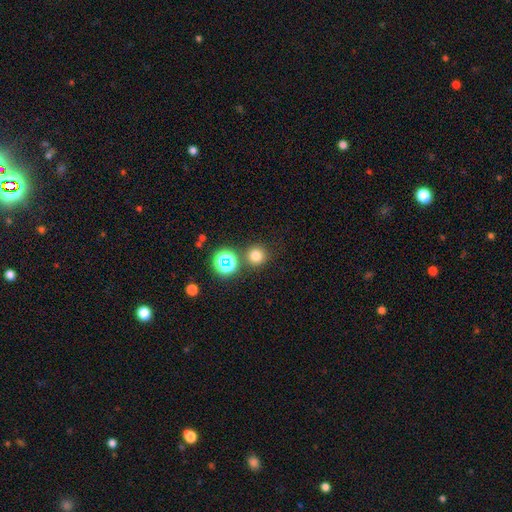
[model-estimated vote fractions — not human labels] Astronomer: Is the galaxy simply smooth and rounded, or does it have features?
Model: smooth — 75%.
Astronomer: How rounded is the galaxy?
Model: round — 94%.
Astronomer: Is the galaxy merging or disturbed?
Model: none — 83%.